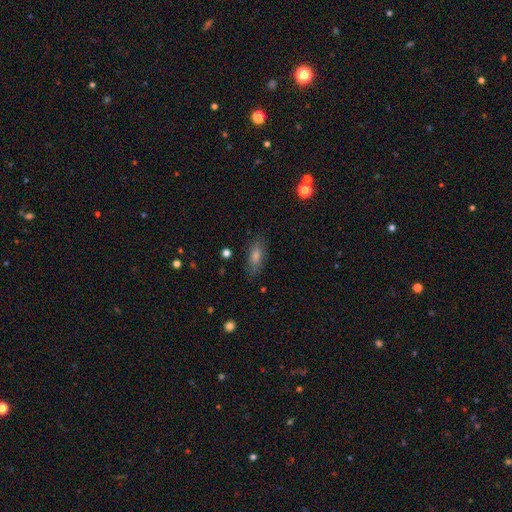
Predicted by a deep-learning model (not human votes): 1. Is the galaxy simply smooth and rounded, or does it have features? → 58% smooth, 26% featured or disk, 16% star or artifact.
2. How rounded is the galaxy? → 67% in between, 28% cigar-shaped, 5% round.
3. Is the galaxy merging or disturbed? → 83% none, 12% minor disturbance, 3% major disturbance, 1% merger.